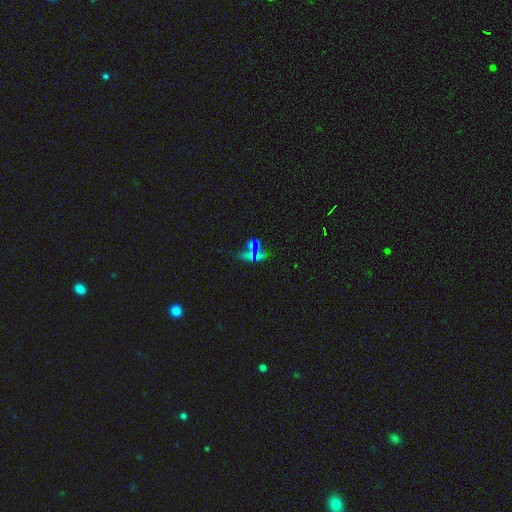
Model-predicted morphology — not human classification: smooth-or-featured: smooth: 36% | featured or disk: 33% | star or artifact: 31%
  merging: merger: 42% | none: 31% | major disturbance: 15% | minor disturbance: 11%